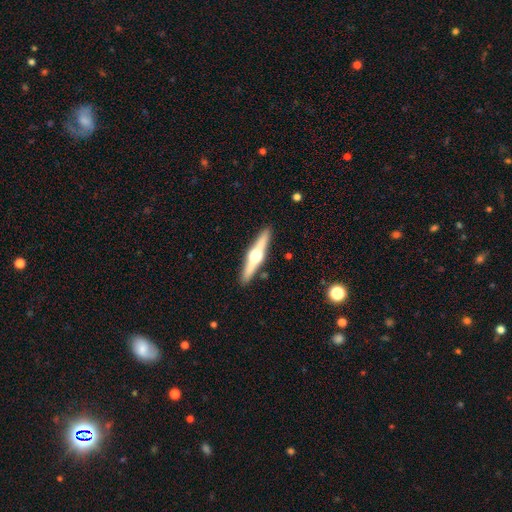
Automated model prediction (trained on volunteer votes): This is likely a featured or disk galaxy (72%). It is clearly viewed edge-on (97%). Edge-on bulge: clearly rounded (96%). Merging: clearly none (91%).